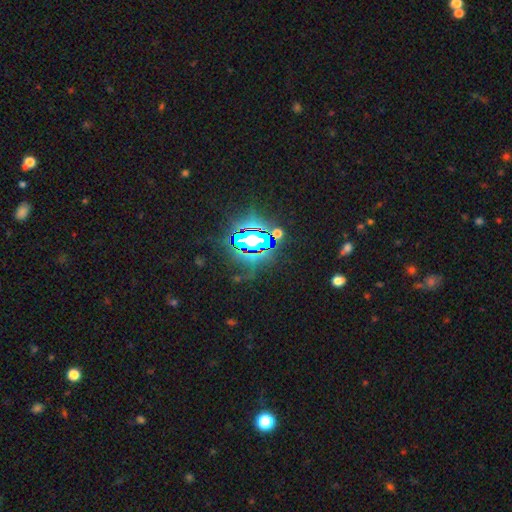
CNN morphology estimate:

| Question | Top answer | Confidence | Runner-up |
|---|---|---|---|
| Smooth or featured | star or artifact | 86% | smooth (8%) |